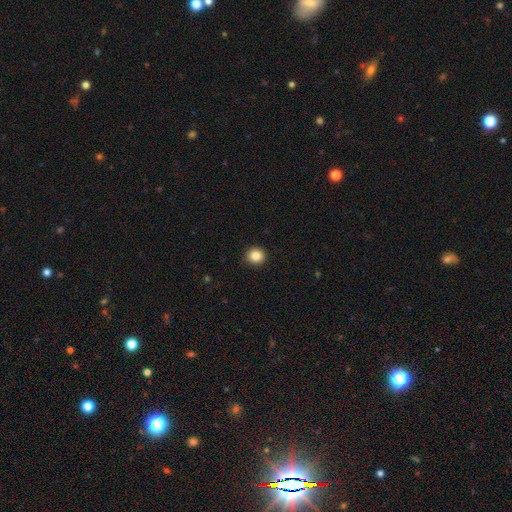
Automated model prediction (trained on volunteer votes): This appears to be a smooth galaxy with no disk features (87%) that is round (88%). Merging: none (91%).